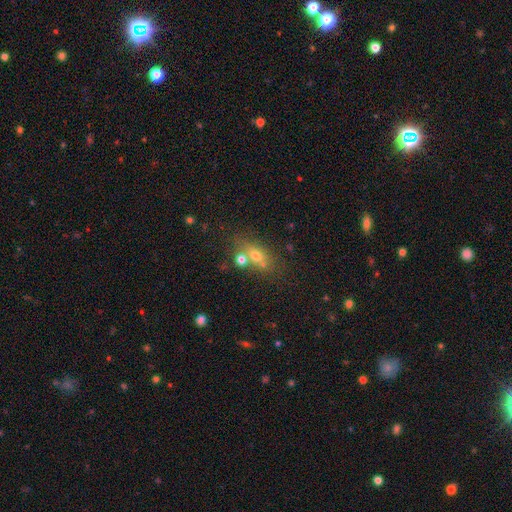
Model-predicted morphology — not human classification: Smooth or featured?
  - smooth: 61% *
  - featured or disk: 21%
  - star or artifact: 19%
How rounded?
  - in between: 59% *
  - round: 33%
  - cigar-shaped: 7%
Merging?
  - none: 52% *
  - merger: 31%
  - minor disturbance: 11%
  - major disturbance: 6%